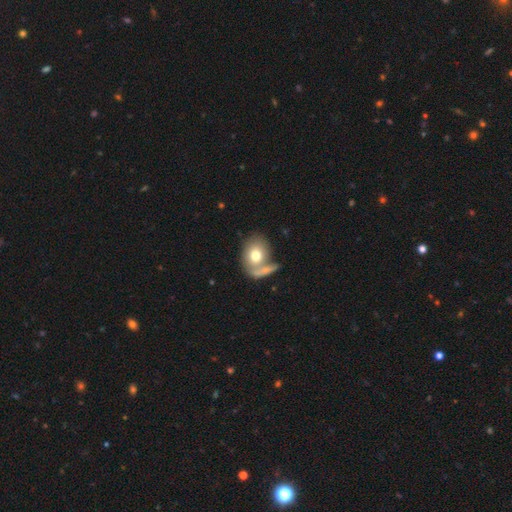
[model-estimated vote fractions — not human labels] Smooth or featured: smooth — 70% (featured or disk — 23%)
How rounded: in between — 54% (round — 45%)
Merging: none — 44% (merger — 35%)